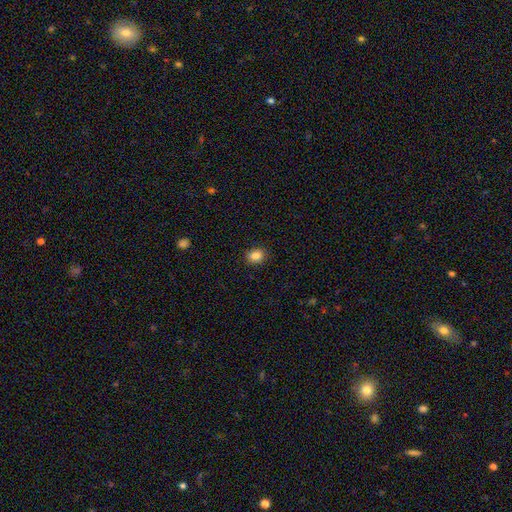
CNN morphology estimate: smooth-or-featured: smooth: 85% | star or artifact: 10% | featured or disk: 5%
  how-rounded: in between: 54% | round: 45% | cigar-shaped: 1%
  merging: none: 90% | minor disturbance: 7% | major disturbance: 2% | merger: 1%